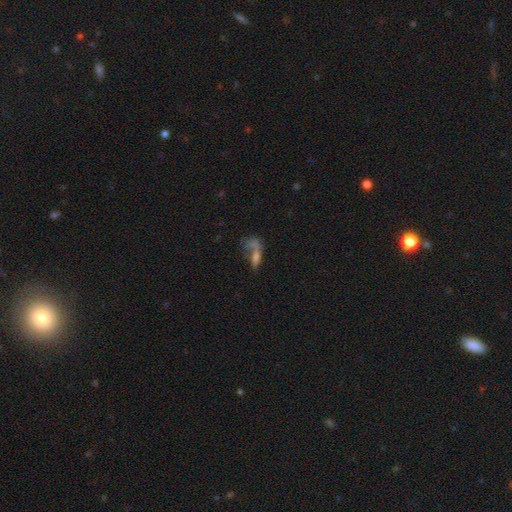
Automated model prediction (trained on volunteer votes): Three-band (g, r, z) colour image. It shows a smooth galaxy with no disk features (51%) that is in between round and cigar-shaped (59%). Merging: merger (37%).